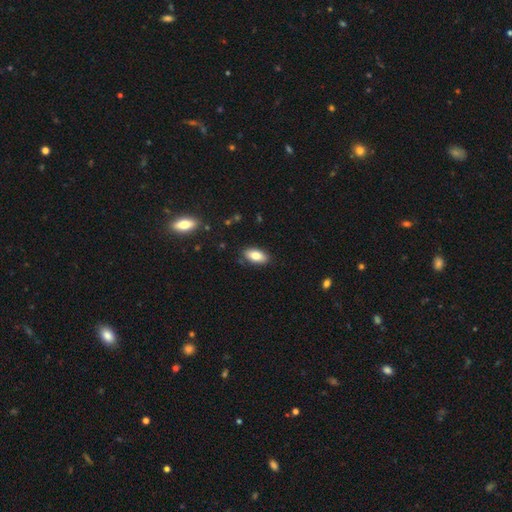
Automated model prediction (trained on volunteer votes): smooth-or-featured: smooth: 82% | featured or disk: 11% | star or artifact: 7%
  how-rounded: in between: 91% | cigar-shaped: 6% | round: 3%
  merging: none: 86% | minor disturbance: 10% | major disturbance: 2% | merger: 1%